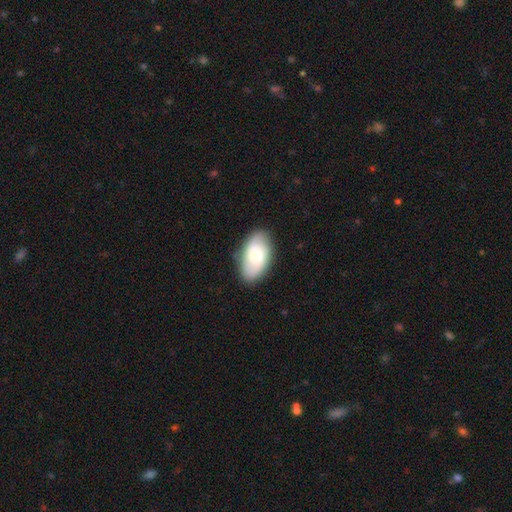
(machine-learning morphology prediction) smooth-or-featured: smooth: 65% | featured or disk: 28% | star or artifact: 7%
  how-rounded: in between: 94% | round: 4% | cigar-shaped: 2%
  merging: none: 83% | minor disturbance: 13% | major disturbance: 3% | merger: 1%